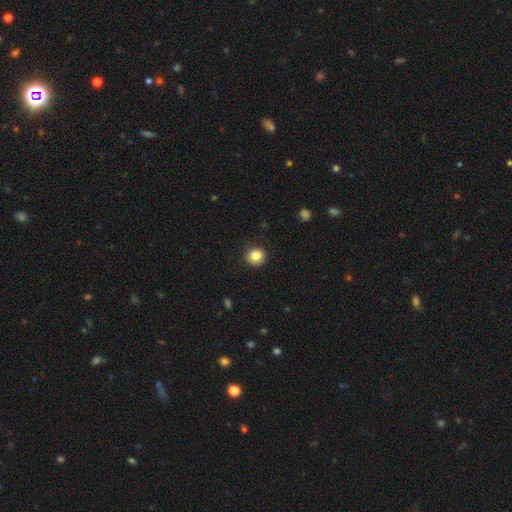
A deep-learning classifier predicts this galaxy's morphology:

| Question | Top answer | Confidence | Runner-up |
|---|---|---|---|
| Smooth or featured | smooth | 84% | star or artifact (10%) |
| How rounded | round | 91% | in between (8%) |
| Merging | none | 90% | minor disturbance (7%) |